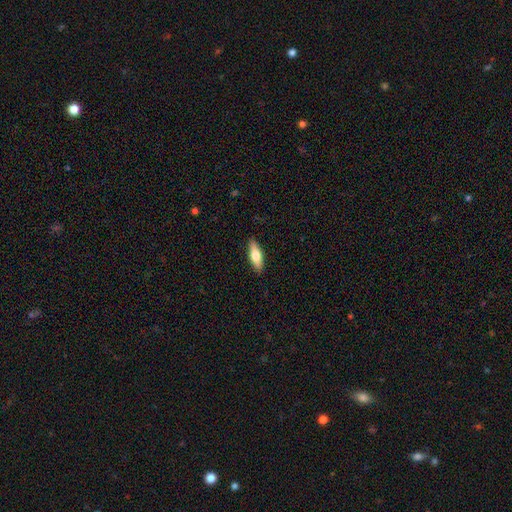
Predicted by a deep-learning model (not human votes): The model was most divided on "how rounded": in between: 55%, cigar-shaped: 42%, round: 2%. More confident: merging — none (89%); smooth or featured — smooth (65%).